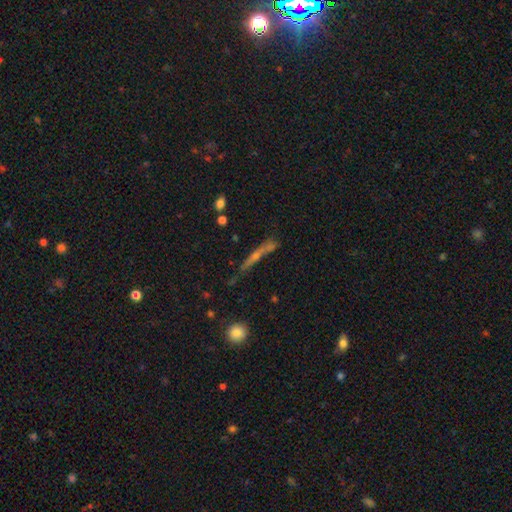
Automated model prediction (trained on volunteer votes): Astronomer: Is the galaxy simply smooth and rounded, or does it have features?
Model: featured or disk — 52% (runner-up: smooth, 32%).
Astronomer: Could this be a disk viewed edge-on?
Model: yes — 88%.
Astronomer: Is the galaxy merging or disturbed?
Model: none — 66%.